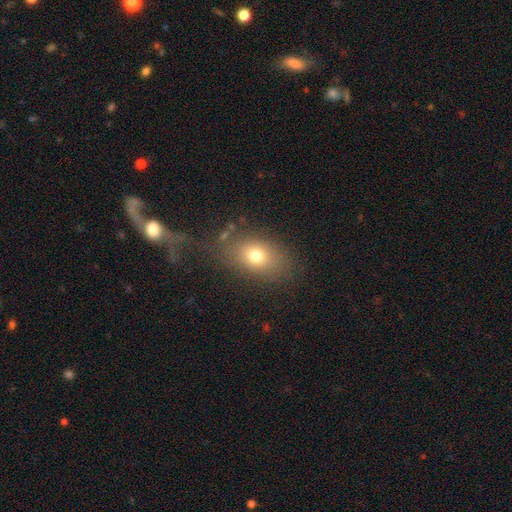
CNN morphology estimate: This is likely a smooth galaxy (73%). How rounded: likely in between (70%). Merging: likely none (74%).